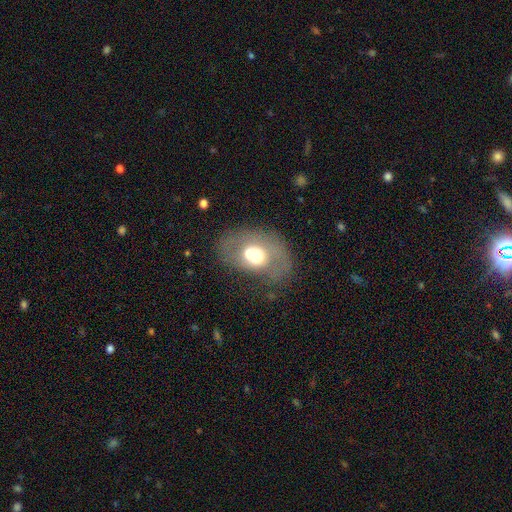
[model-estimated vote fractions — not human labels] Overall: smooth (51%; featured or disk 38%). How rounded: in between (69%; round 30%). Merging: none (47%; minor disturbance 20%).